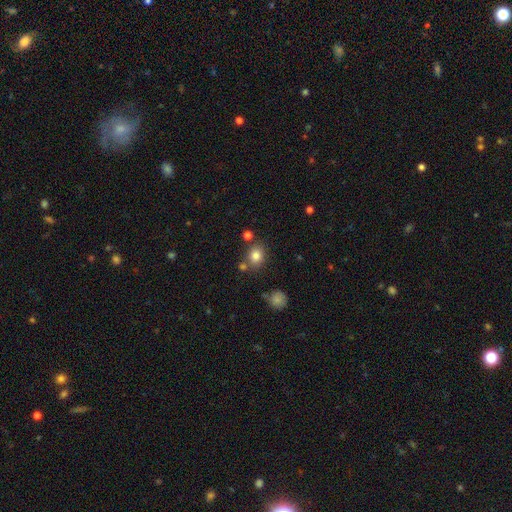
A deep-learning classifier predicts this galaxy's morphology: Smooth or featured? smooth (80%)
How rounded? round (64%)
Merging? none (75%)